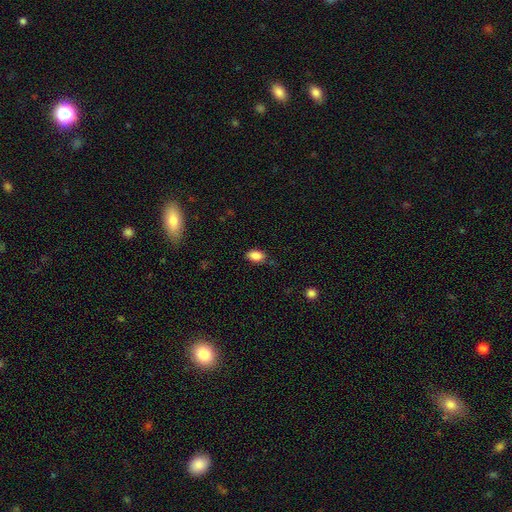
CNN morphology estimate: Smooth or featured? smooth (87%)
How rounded? in between (88%)
Merging? none (80%)